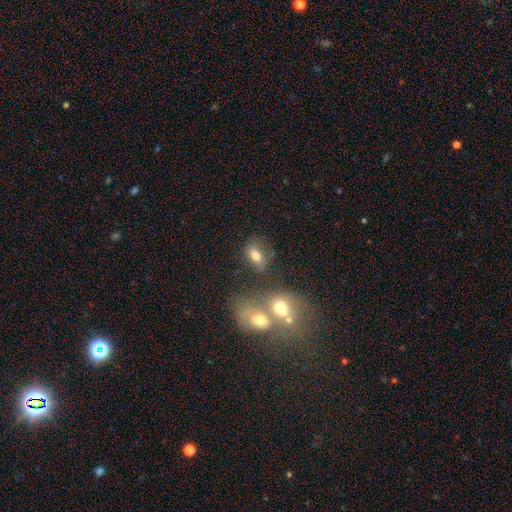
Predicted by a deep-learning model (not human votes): This appears to be a smooth galaxy with no disk features (69%) that is in between round and cigar-shaped (75%). Merging: none (57%).